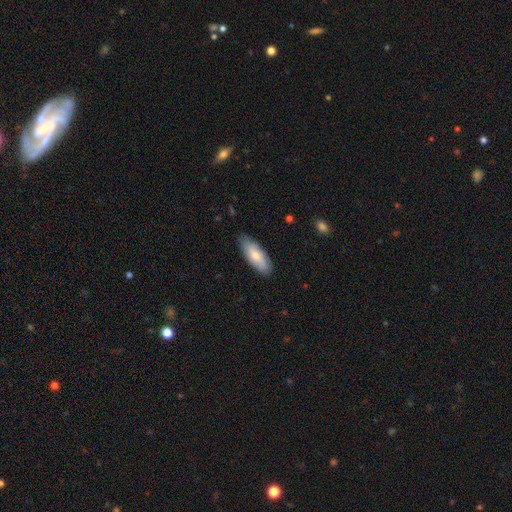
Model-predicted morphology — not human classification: Q: Smooth or featured?
A: smooth (71%); runner-up: featured or disk (24%)
Q: How rounded?
A: in between (75%); runner-up: cigar-shaped (23%)
Q: Merging?
A: none (81%); runner-up: minor disturbance (15%)